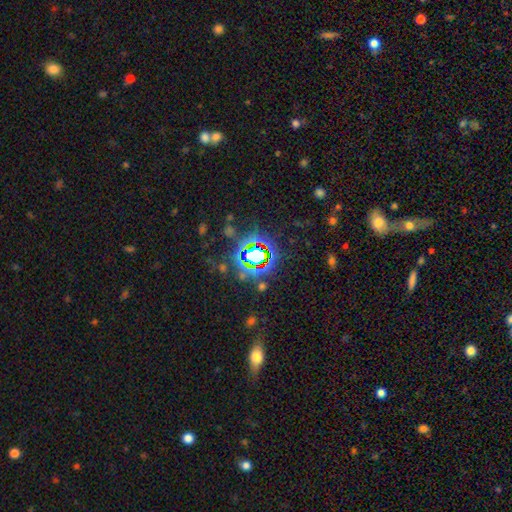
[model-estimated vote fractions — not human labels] Smooth or featured? Predicted: star or artifact (p=0.71).